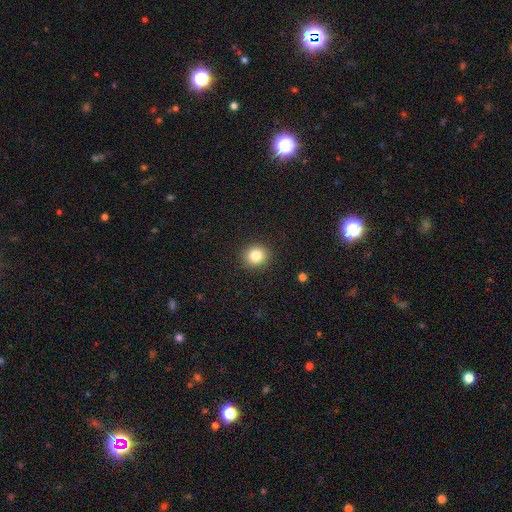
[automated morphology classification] smooth_or_featured: smooth (p=0.82) [alt: star or artifact p=0.11]
how_rounded: round (p=0.84) [alt: in between p=0.15]
merging: none (p=0.91) [alt: minor disturbance p=0.06]